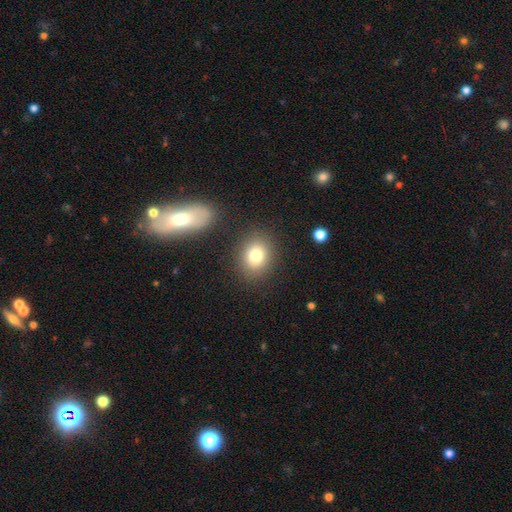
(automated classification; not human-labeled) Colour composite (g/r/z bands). It shows a smooth galaxy with no disk features (79%) that is round (59%). Merging: none (85%).